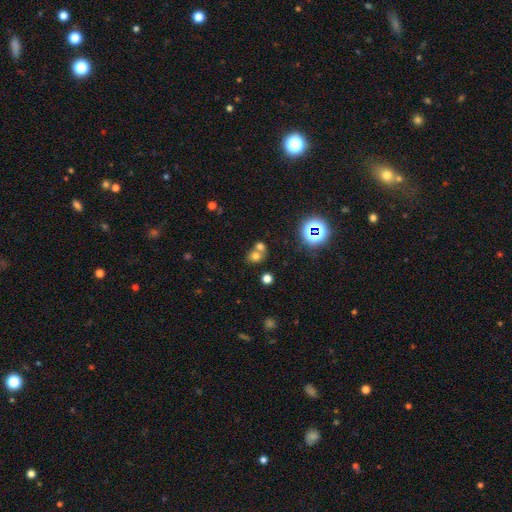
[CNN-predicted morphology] smooth-or-featured: smooth: 67% | star or artifact: 21% | featured or disk: 12%
  how-rounded: round: 71% | in between: 28% | cigar-shaped: 1%
  merging: merger: 51% | none: 39% | minor disturbance: 7% | major disturbance: 3%